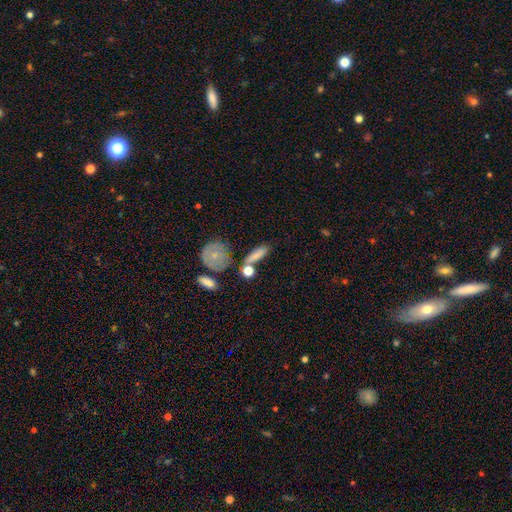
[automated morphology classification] This appears to be a smooth galaxy with no disk features (77%) that is cigar-shaped (49%). Merging: none (62%).